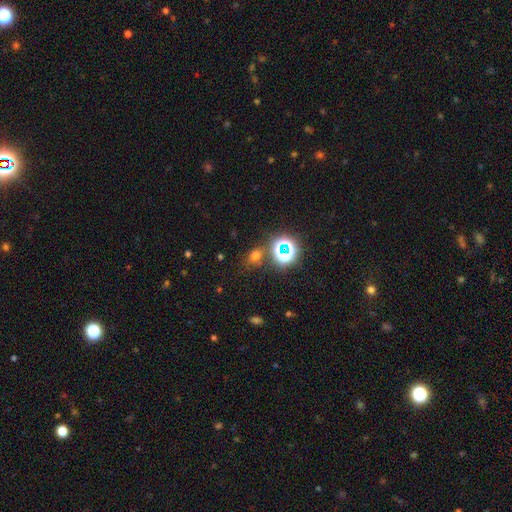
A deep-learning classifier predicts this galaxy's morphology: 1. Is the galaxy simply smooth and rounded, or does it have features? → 56% smooth, 36% star or artifact, 8% featured or disk.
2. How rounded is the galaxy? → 54% round, 45% in between, 2% cigar-shaped.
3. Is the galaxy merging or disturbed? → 72% none, 13% minor disturbance, 9% merger, 6% major disturbance.